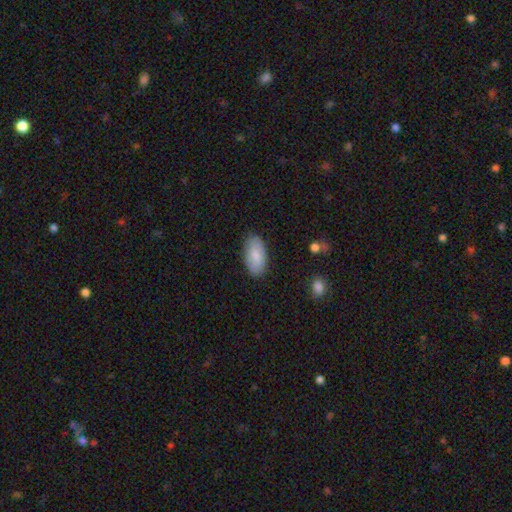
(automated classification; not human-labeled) The model was most divided on "smooth or featured": smooth: 82%, featured or disk: 12%, star or artifact: 6%. More confident: how rounded — in between (94%); merging — none (85%).